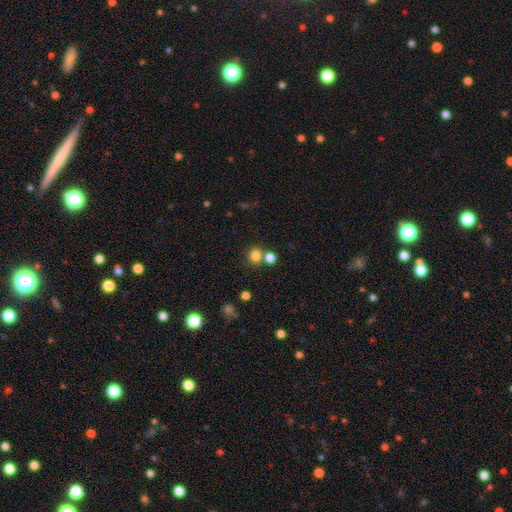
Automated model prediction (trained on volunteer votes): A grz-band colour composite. It shows a smooth galaxy with no disk features (79%) that is round (90%). Merging: none (69%).